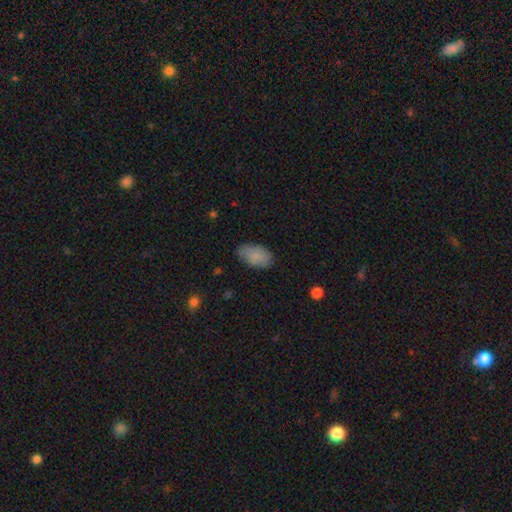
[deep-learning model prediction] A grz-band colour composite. It shows a smooth galaxy with no disk features (85%) that is in between round and cigar-shaped (93%). Merging: none (76%).